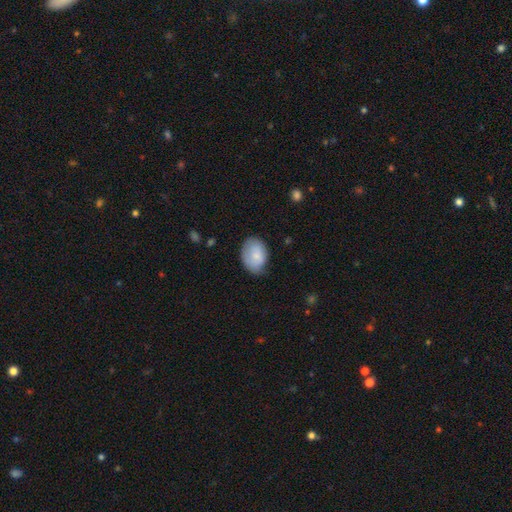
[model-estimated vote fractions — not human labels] smooth_or_featured: smooth (p=0.80) [alt: featured or disk p=0.13]
how_rounded: in between (p=0.78) [alt: round p=0.21]
merging: none (p=0.64) [alt: minor disturbance p=0.28]